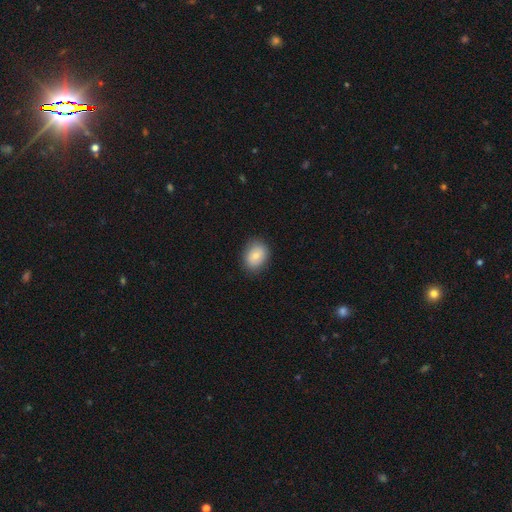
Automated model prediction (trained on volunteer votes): Smooth or featured? smooth (78%)
How rounded? in between (60%)
Merging? none (86%)